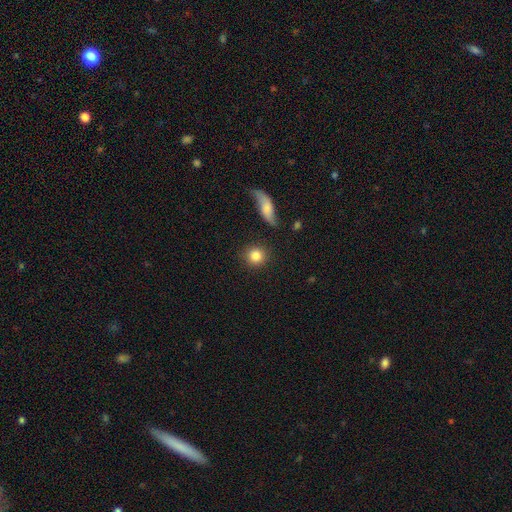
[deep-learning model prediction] Q: Smooth or featured?
A: smooth (84%); runner-up: star or artifact (8%)
Q: How rounded?
A: round (89%); runner-up: in between (9%)
Q: Merging?
A: none (87%); runner-up: minor disturbance (7%)